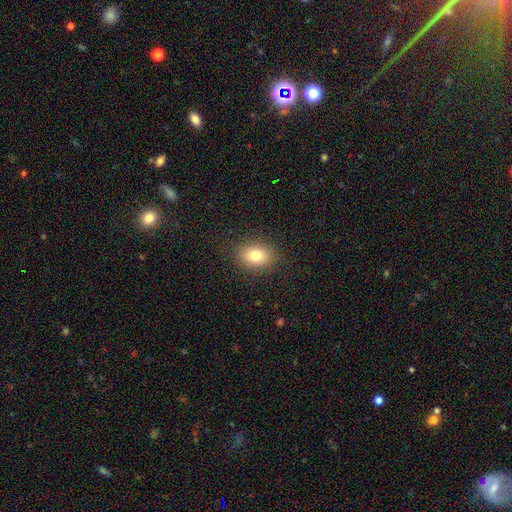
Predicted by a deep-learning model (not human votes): Smooth or featured? Predicted: smooth (p=0.80). How rounded? Predicted: in between (p=0.69). Merging? Predicted: none (p=0.88).